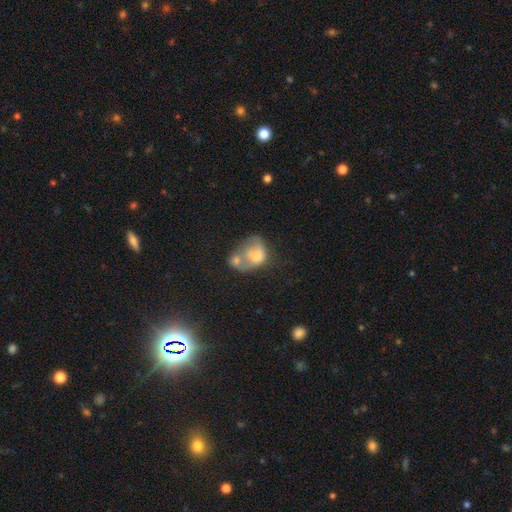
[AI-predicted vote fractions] This is possibly a smooth galaxy (56%). How rounded: possibly in between (54%). Merging: likely merger (63%).